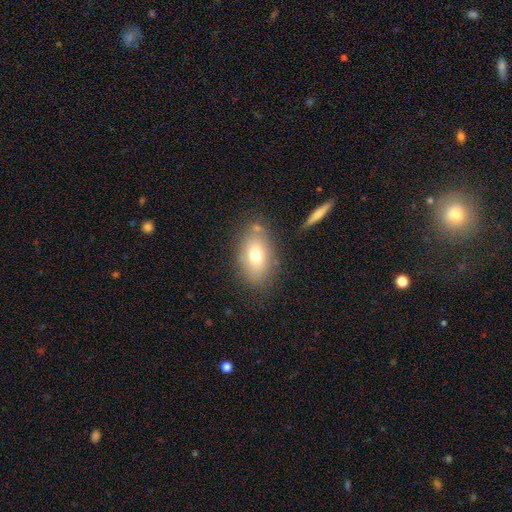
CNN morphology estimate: A smooth galaxy with no disk features (69%) that is in between round and cigar-shaped (86%).

Vote fractions:
- Smooth or featured? smooth: 69% / featured or disk: 20% / star or artifact: 10%
- How rounded? in between: 86% / round: 12% / cigar-shaped: 2%
- Merging? none: 75% / minor disturbance: 15% / merger: 6% / major disturbance: 5%